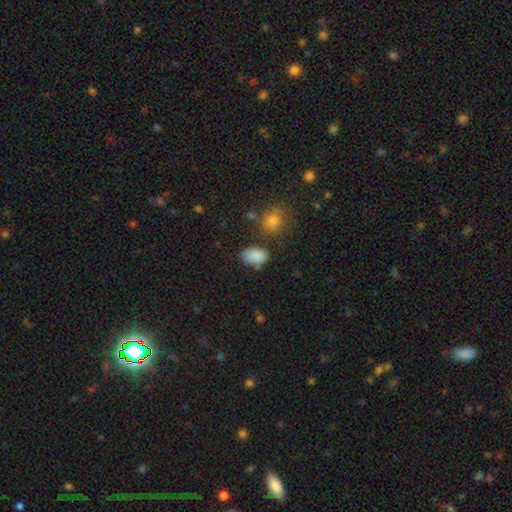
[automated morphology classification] smooth 85%, star or artifact 10%, featured or disk 6%. Down the decision tree: how rounded — in between (87%); merging — none (59%).